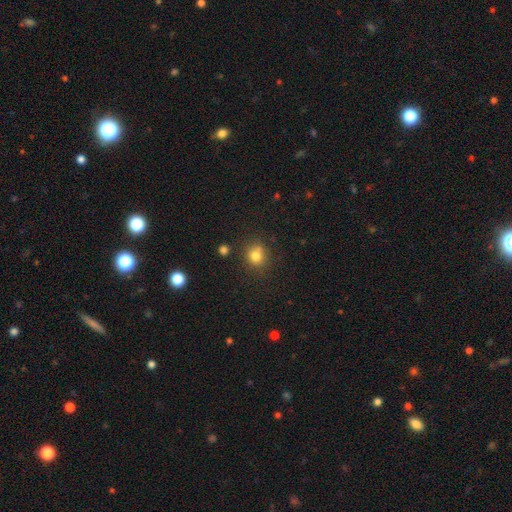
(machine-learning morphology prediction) Q: Smooth or featured?
A: smooth (79%); runner-up: star or artifact (14%)
Q: How rounded?
A: round (82%); runner-up: in between (18%)
Q: Merging?
A: none (72%); runner-up: minor disturbance (13%)